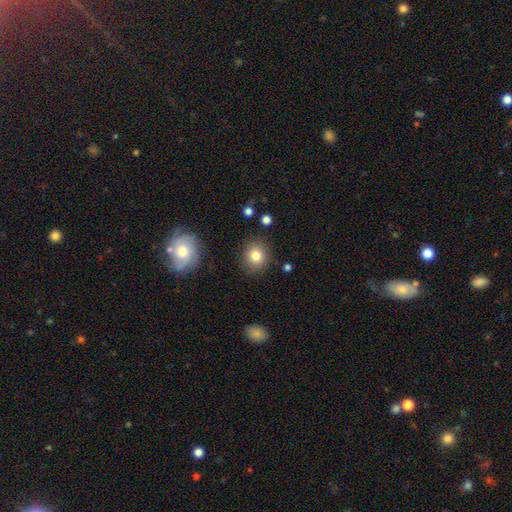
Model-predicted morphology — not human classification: Q: Smooth or featured?
A: smooth (80%); runner-up: star or artifact (11%)
Q: How rounded?
A: round (78%); runner-up: in between (21%)
Q: Merging?
A: none (87%); runner-up: minor disturbance (8%)